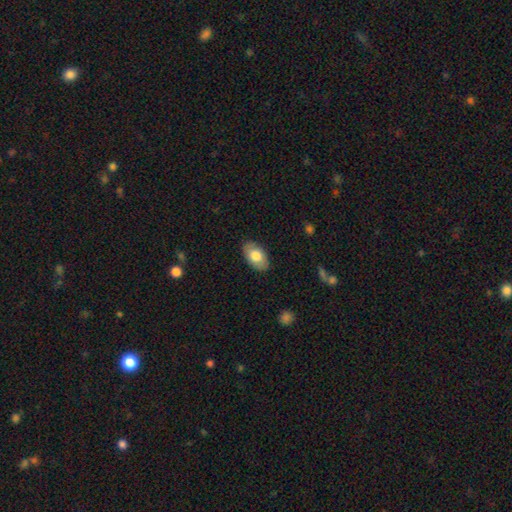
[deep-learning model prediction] Q: Smooth or featured?
A: smooth (76%); runner-up: featured or disk (18%)
Q: How rounded?
A: in between (93%); runner-up: round (5%)
Q: Merging?
A: none (86%); runner-up: minor disturbance (11%)